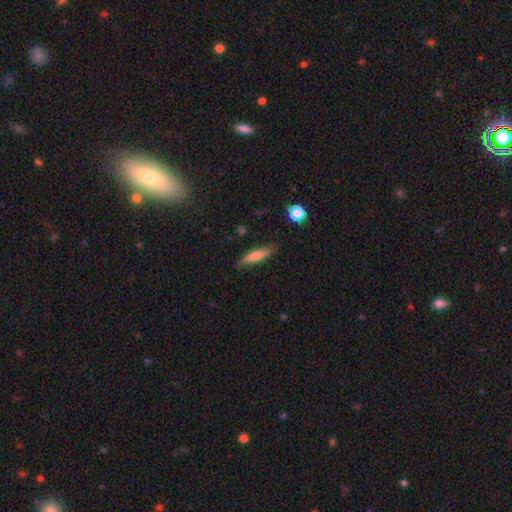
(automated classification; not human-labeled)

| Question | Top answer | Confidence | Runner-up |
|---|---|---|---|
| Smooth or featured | smooth | 58% | featured or disk (35%) |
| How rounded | cigar-shaped | 73% | in between (24%) |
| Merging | none | 75% | minor disturbance (19%) |